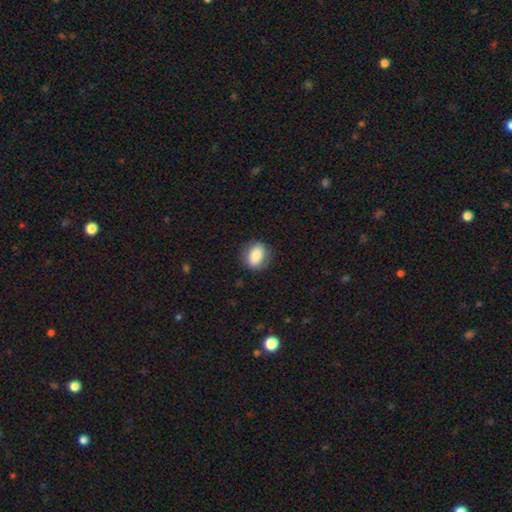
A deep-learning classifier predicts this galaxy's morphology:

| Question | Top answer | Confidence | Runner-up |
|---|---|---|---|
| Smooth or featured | smooth | 81% | featured or disk (11%) |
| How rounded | in between | 57% | round (42%) |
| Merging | none | 80% | minor disturbance (15%) |